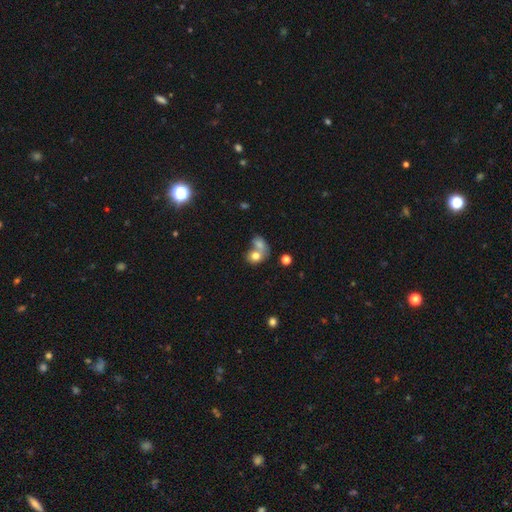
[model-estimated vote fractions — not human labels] smooth_or_featured: smooth (p=0.74) [alt: featured or disk p=0.16]
how_rounded: round (p=0.51) [alt: in between p=0.47]
merging: merger (p=0.64) [alt: none p=0.23]